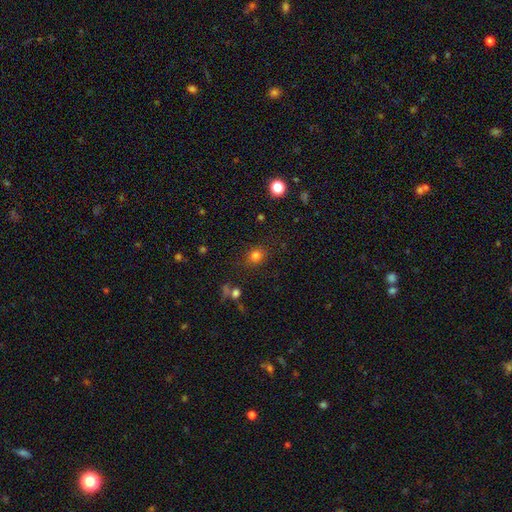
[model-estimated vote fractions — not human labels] smooth 78%, star or artifact 16%, featured or disk 6%. Down the decision tree: how rounded — round (79%); merging — none (83%).